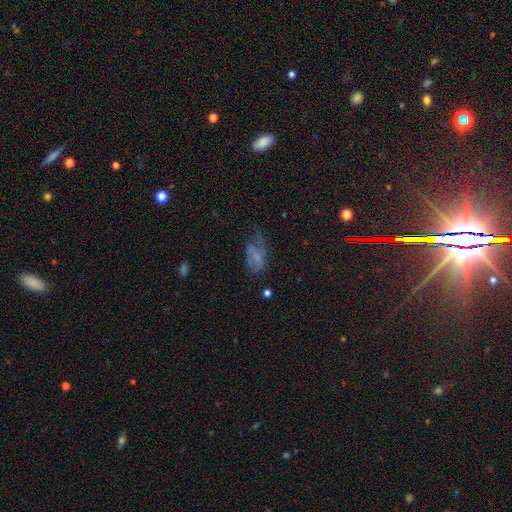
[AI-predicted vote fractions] This appears to be a smooth galaxy with no disk features (51%) that is in between round and cigar-shaped (88%). Merging: none (36%).